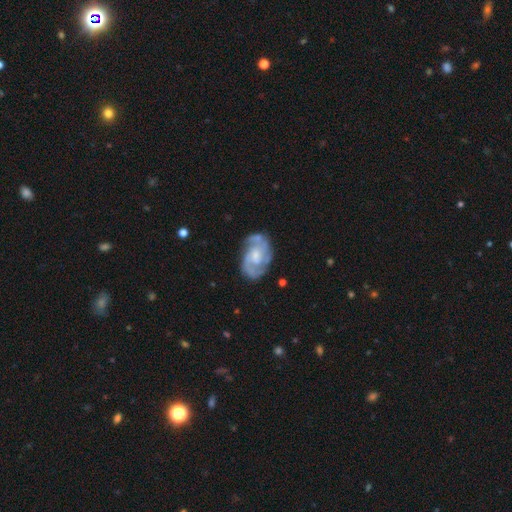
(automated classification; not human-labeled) Smooth or featured? Predicted: featured or disk (p=0.83). Edge-on disk? Predicted: no (p=0.97). Bar? Predicted: no (p=0.59). Spiral arms? Predicted: yes (p=0.94). Spiral winding? Predicted: medium (p=0.46). Spiral arm count? Predicted: 2 (p=0.62). Bulge size? Predicted: small (p=0.46). Merging? Predicted: none (p=0.69).